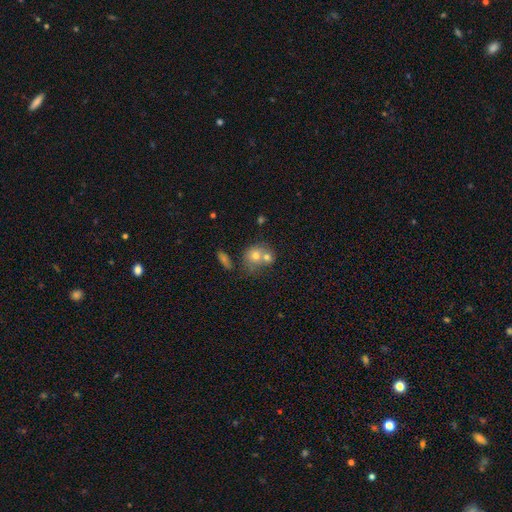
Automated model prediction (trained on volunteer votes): Smooth or featured? smooth (68%)
How rounded? round (71%)
Merging? merger (60%)